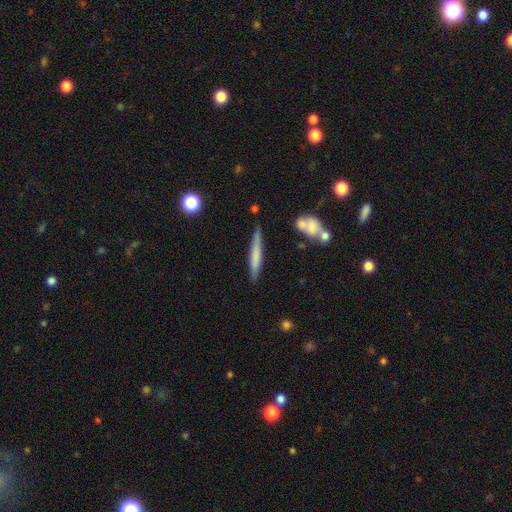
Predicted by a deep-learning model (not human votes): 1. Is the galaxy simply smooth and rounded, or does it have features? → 59% smooth, 35% featured or disk, 6% star or artifact.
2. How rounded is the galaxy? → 94% cigar-shaped, 4% in between, 1% round.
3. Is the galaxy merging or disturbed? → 82% none, 12% minor disturbance, 3% merger, 2% major disturbance.